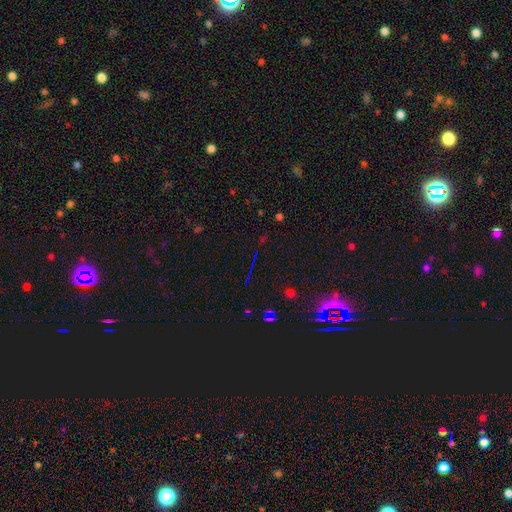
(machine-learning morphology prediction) A star or artifact, not a galaxy (71%).

Vote fractions:
- Smooth or featured? star or artifact: 71% / smooth: 17% / featured or disk: 12%